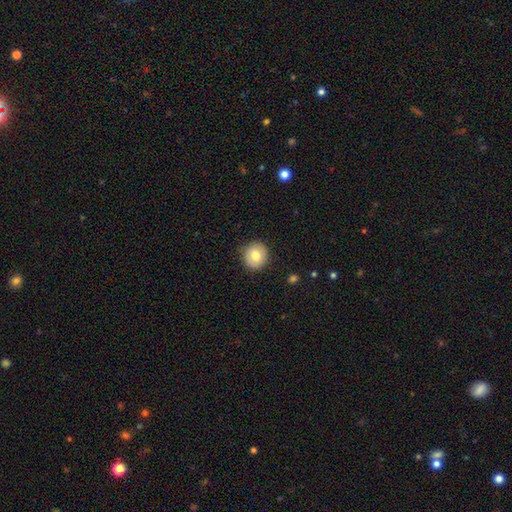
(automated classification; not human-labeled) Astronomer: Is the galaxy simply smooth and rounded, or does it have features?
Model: smooth — 75%.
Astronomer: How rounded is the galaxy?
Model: round — 85%.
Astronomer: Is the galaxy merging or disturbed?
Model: none — 88%.